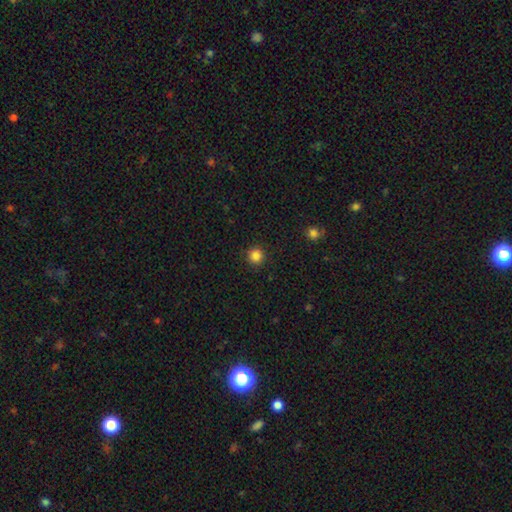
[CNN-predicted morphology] Smooth or featured? smooth (85%)
How rounded? round (95%)
Merging? none (91%)